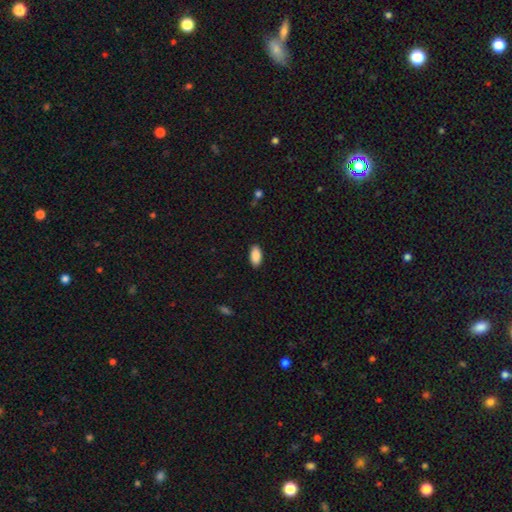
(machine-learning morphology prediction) smooth 90%, star or artifact 7%, featured or disk 4%. Down the decision tree: how rounded — in between (94%); merging — none (89%).